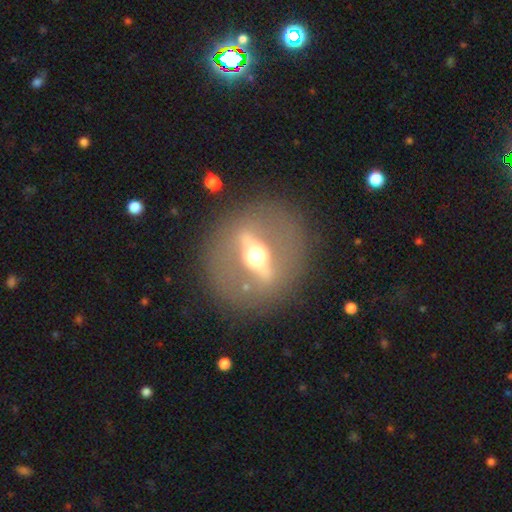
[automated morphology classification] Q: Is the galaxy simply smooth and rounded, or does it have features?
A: featured or disk — 80%.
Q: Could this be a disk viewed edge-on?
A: no — 53%.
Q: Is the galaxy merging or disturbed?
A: none — 84%.